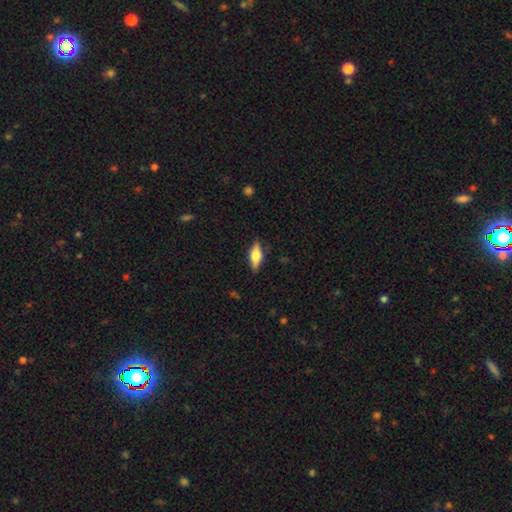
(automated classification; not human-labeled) Smooth or featured? smooth (56%)
How rounded? in between (73%)
Merging? none (83%)